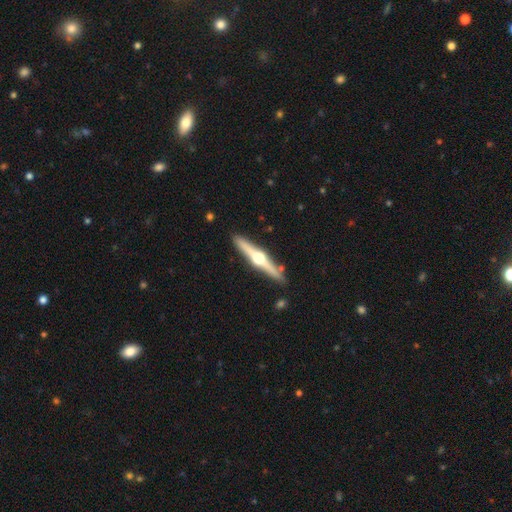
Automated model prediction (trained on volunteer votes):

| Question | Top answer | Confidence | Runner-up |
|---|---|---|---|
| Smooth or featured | featured or disk | 80% | smooth (15%) |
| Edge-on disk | yes | 98% | no (2%) |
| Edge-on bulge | rounded | 96% | boxy (2%) |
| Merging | none | 89% | minor disturbance (7%) |